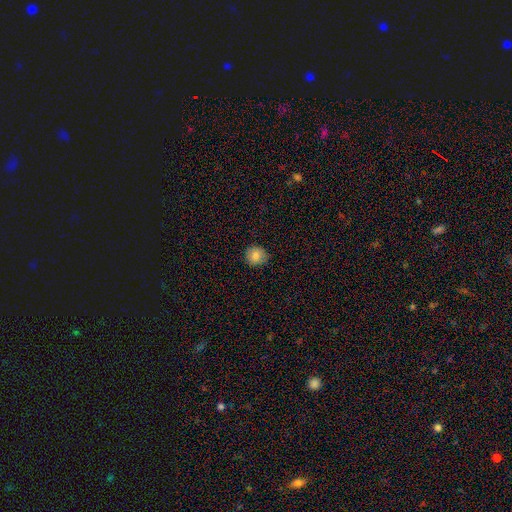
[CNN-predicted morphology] smooth 83%, star or artifact 9%, featured or disk 7%. Down the decision tree: how rounded — round (89%); merging — none (85%).